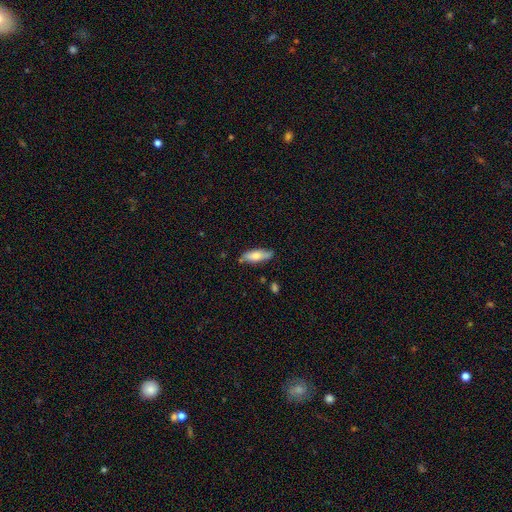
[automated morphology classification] Q: Smooth or featured?
A: smooth (71%); runner-up: featured or disk (23%)
Q: How rounded?
A: in between (63%); runner-up: cigar-shaped (35%)
Q: Merging?
A: none (77%); runner-up: minor disturbance (17%)